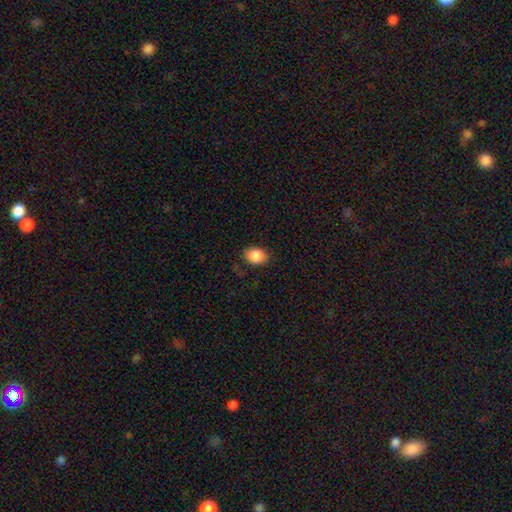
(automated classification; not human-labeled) This is clearly a smooth galaxy (89%). How rounded: likely in between (61%). Merging: clearly none (82%).